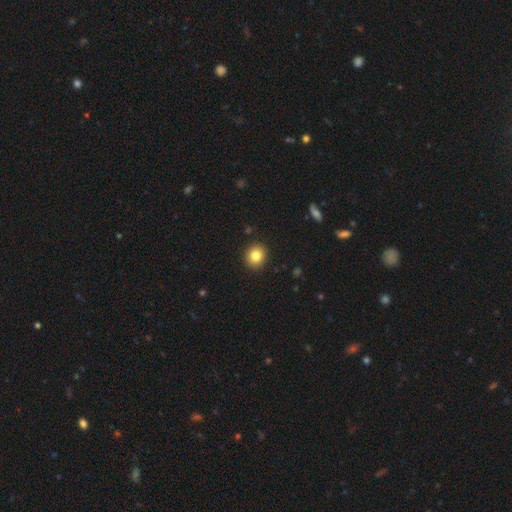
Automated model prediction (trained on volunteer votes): Q: Smooth or featured?
A: smooth (83%); runner-up: star or artifact (10%)
Q: How rounded?
A: round (82%); runner-up: in between (17%)
Q: Merging?
A: none (91%); runner-up: minor disturbance (6%)